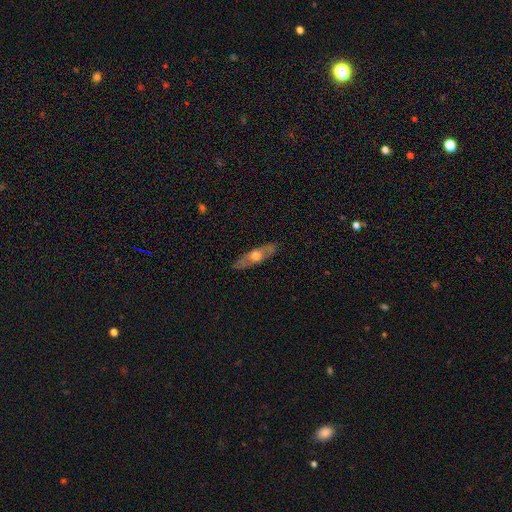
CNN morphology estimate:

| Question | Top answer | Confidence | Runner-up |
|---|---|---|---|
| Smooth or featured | featured or disk | 51% | smooth (44%) |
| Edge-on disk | yes | 57% | no (43%) |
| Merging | none | 83% | minor disturbance (13%) |